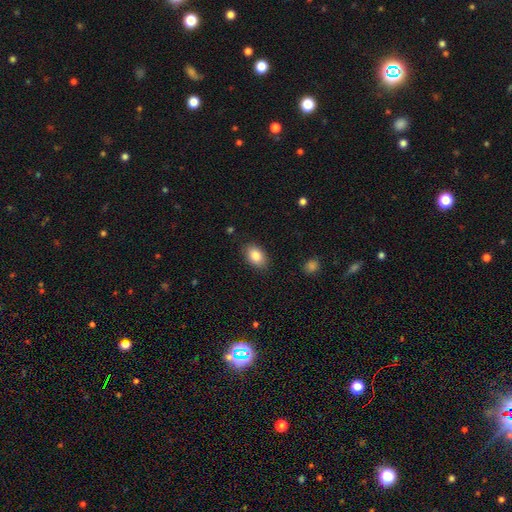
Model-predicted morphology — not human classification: Overall: smooth (84%). How rounded: in between (88%). Merging: none (86%).